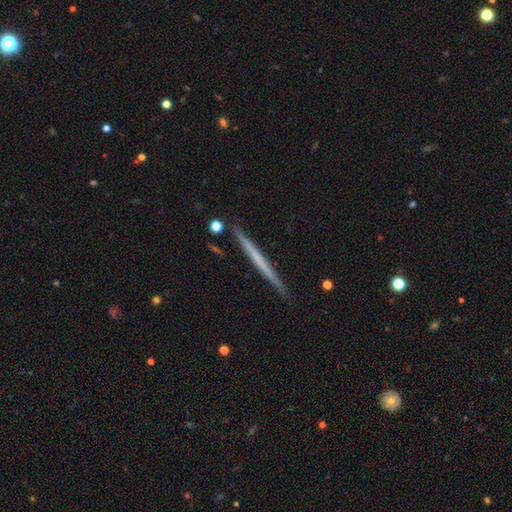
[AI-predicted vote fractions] Smooth or featured: featured or disk — 56% (smooth — 39%)
Edge-on disk: yes — 98% (no — 2%)
Edge-on bulge: none — 92% (rounded — 6%)
Merging: none — 91% (minor disturbance — 6%)